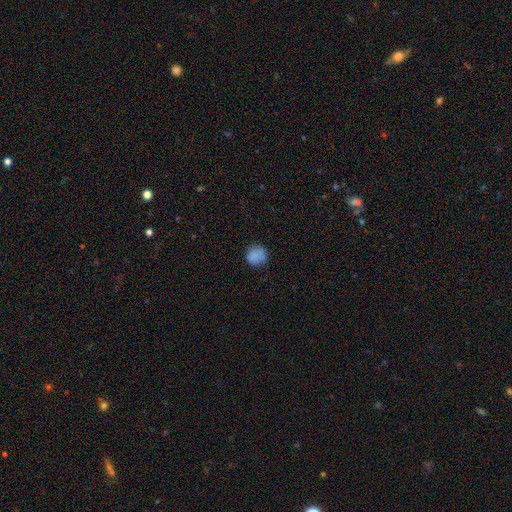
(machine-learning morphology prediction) Overall: smooth (84%). How rounded: round (90%). Merging: none (80%).